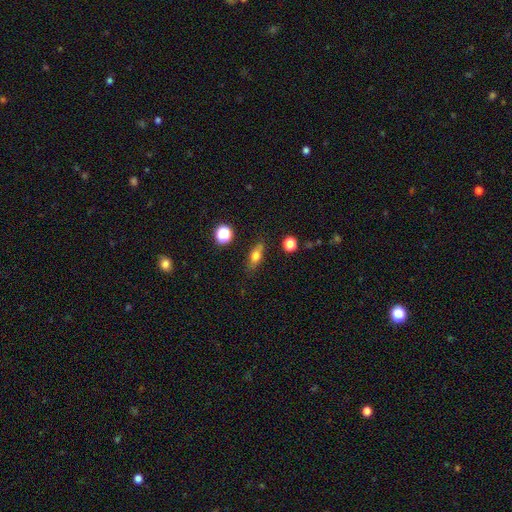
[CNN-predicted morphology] This is likely a smooth galaxy (67%). How rounded: likely in between (60%). Merging: likely none (78%).